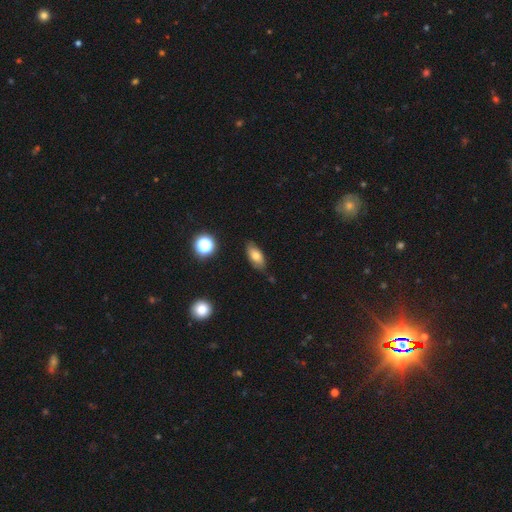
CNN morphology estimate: This is likely a smooth galaxy (73%). How rounded: clearly in between (86%). Merging: clearly none (82%).